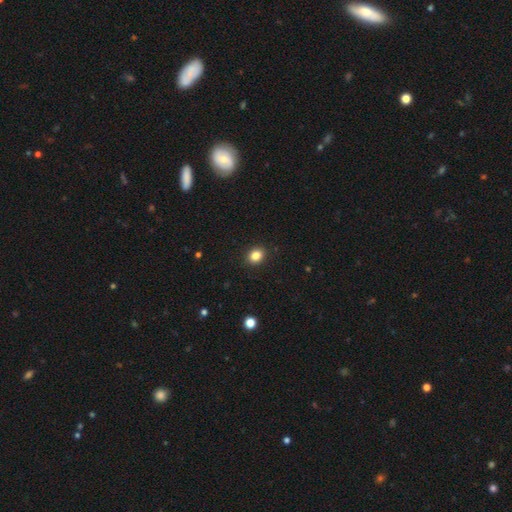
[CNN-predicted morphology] This appears to be a smooth galaxy with no disk features (85%) that is round (50%). Merging: none (91%).